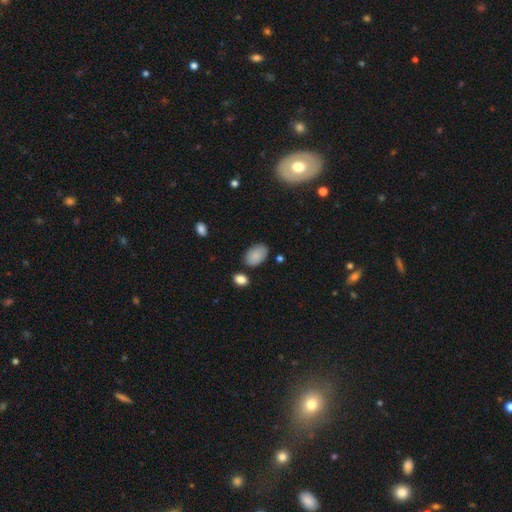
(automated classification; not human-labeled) The model was most divided on "merging": none: 78%, minor disturbance: 15%, merger: 3%, major disturbance: 3%. More confident: how rounded — in between (90%); smooth or featured — smooth (88%).